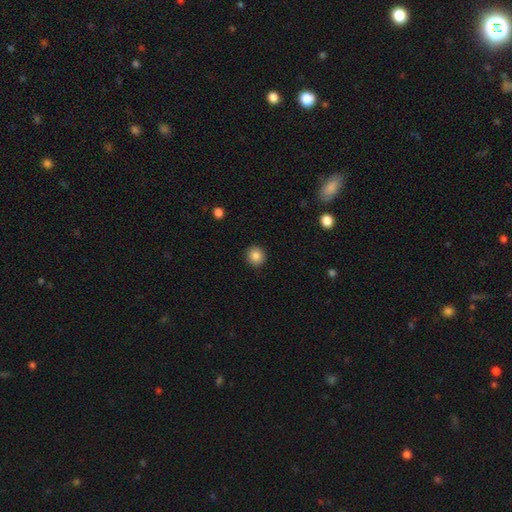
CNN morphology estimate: A smooth galaxy with no disk features (85%) that is round (93%). Merging: none (92%).